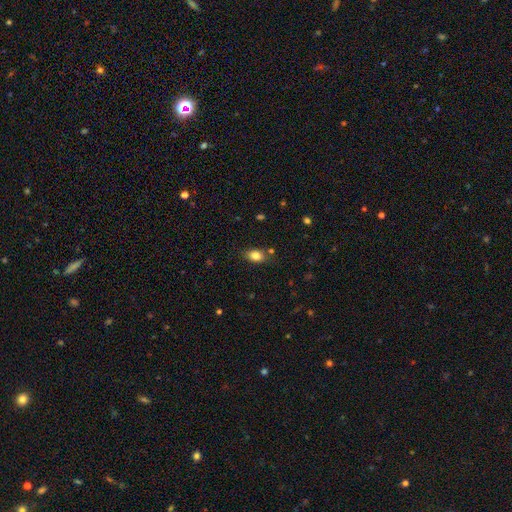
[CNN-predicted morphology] A smooth galaxy with no disk features (81%) that is in between round and cigar-shaped (81%). Merging: none (78%).